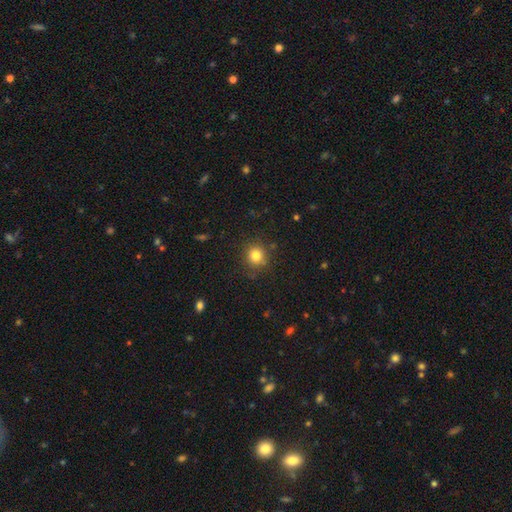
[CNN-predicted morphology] This appears to be a smooth galaxy with no disk features (81%) that is round (90%). Merging: none (85%).